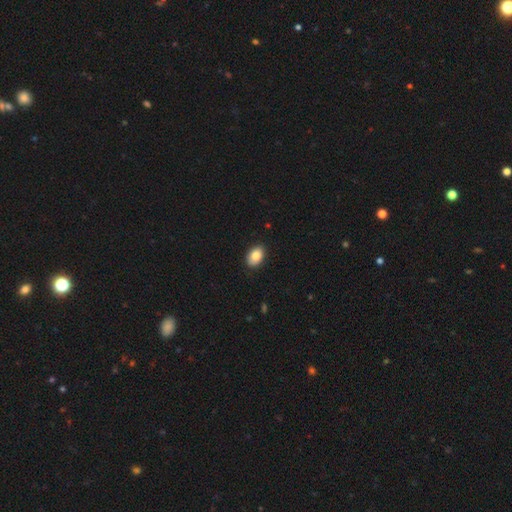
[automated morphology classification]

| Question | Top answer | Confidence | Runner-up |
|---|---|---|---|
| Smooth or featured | smooth | 85% | featured or disk (7%) |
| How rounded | in between | 87% | round (12%) |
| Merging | none | 89% | minor disturbance (8%) |